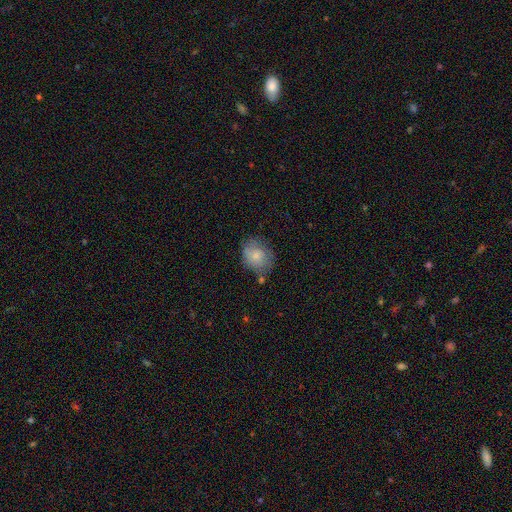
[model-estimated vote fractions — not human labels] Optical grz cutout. It shows a smooth galaxy with no disk features (73%) that is round (56%). Merging: none (60%).